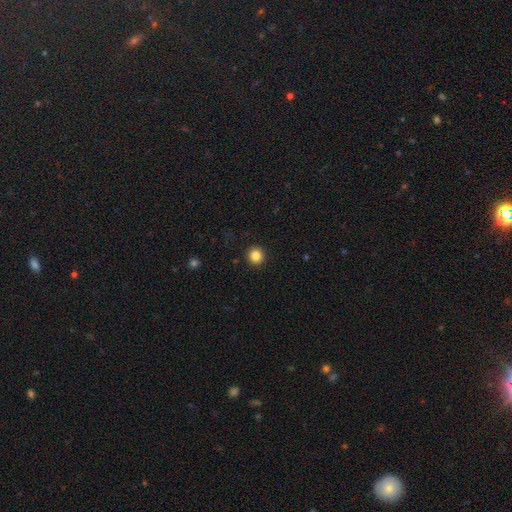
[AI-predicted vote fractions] Overall: smooth (85%). How rounded: round (94%). Merging: none (93%).